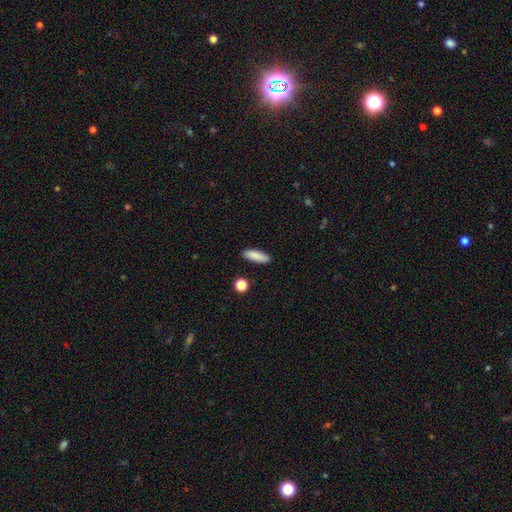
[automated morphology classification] Smooth or featured?
  - smooth: 87% *
  - star or artifact: 7%
  - featured or disk: 6%
How rounded?
  - cigar-shaped: 50% *
  - in between: 48%
  - round: 2%
Merging?
  - none: 87% *
  - minor disturbance: 9%
  - major disturbance: 2%
  - merger: 2%